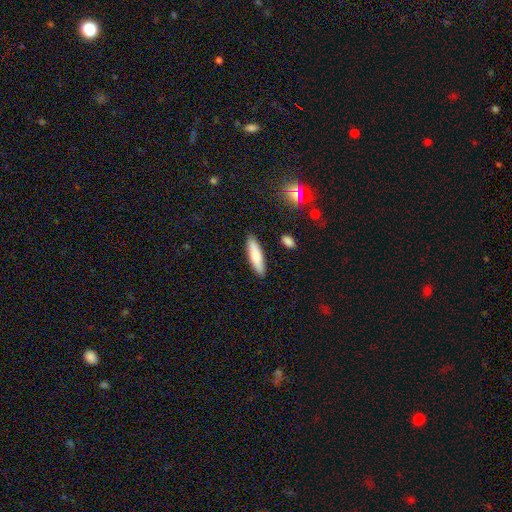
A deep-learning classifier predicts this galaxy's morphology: A smooth galaxy with no disk features (78%) that is cigar-shaped (68%). Merging: none (88%).